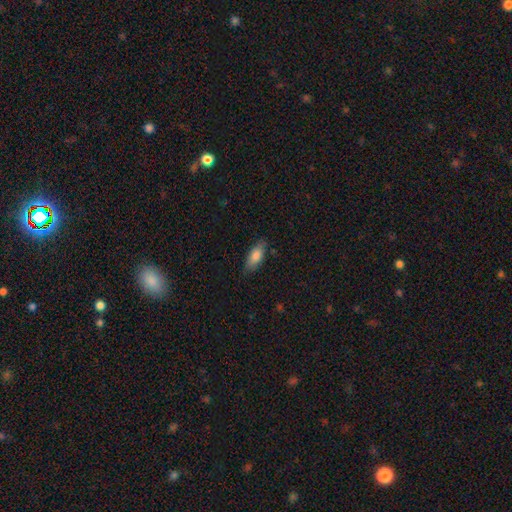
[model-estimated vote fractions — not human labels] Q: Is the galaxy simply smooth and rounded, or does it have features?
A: smooth — 80%.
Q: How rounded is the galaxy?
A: in between — 79%.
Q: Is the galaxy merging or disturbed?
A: none — 79%.